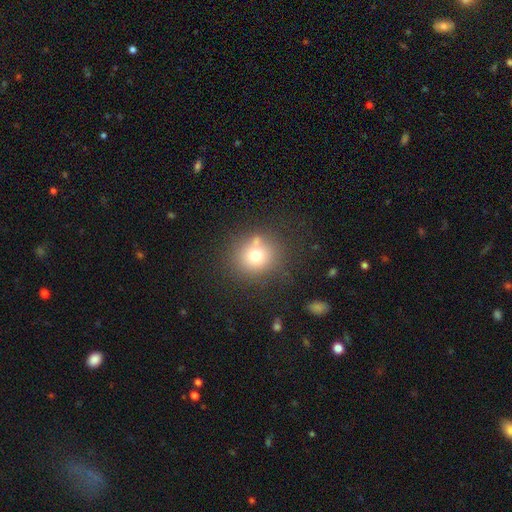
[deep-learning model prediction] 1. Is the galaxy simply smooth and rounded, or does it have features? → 72% smooth, 15% star or artifact, 13% featured or disk.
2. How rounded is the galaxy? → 87% round, 12% in between, 1% cigar-shaped.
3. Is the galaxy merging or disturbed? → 73% none, 11% minor disturbance, 11% merger, 5% major disturbance.